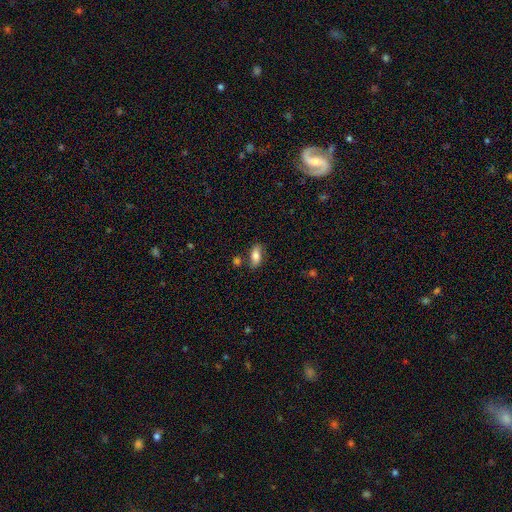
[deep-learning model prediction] Q: Smooth or featured?
A: smooth (76%); runner-up: featured or disk (17%)
Q: How rounded?
A: in between (84%); runner-up: cigar-shaped (12%)
Q: Merging?
A: none (76%); runner-up: minor disturbance (15%)